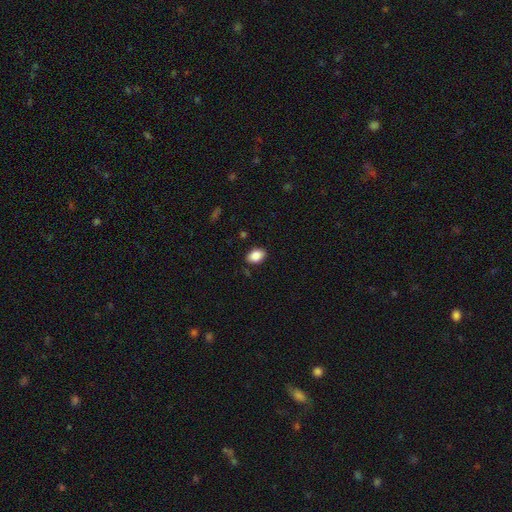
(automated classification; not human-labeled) smooth_or_featured: smooth (p=0.88) [alt: star or artifact p=0.08]
how_rounded: in between (p=0.82) [alt: round p=0.16]
merging: none (p=0.85) [alt: minor disturbance p=0.11]